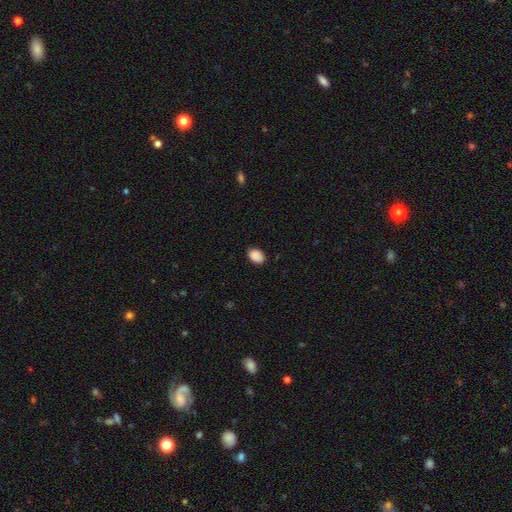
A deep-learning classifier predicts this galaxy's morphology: This is clearly a smooth galaxy (89%). How rounded: likely in between (79%). Merging: clearly none (86%).